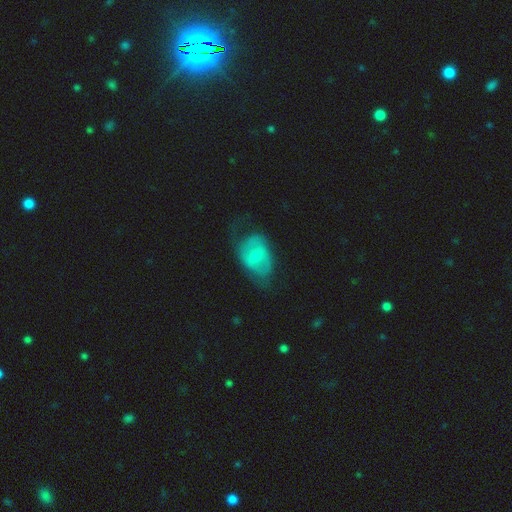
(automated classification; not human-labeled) This appears to be a featured or disk galaxy (51%). Merging: none (44%).